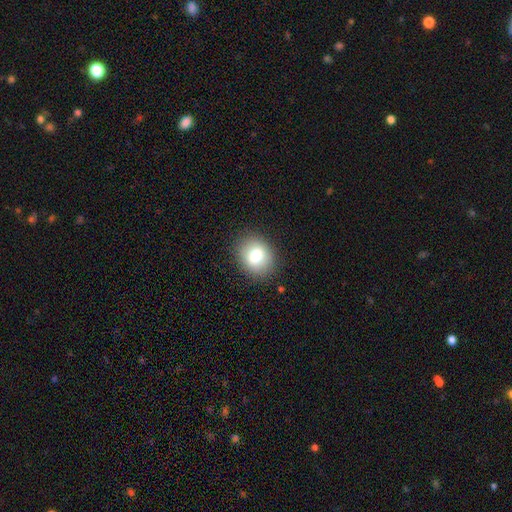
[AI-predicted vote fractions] Overall: smooth (77%). How rounded: round (62%; in between 37%). Merging: none (87%).